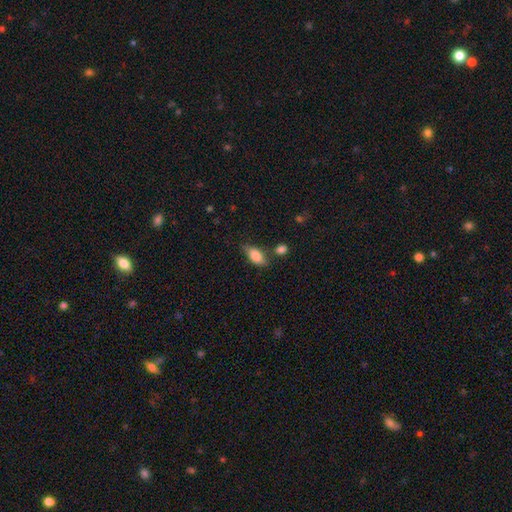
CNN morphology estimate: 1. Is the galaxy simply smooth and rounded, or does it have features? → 82% smooth, 10% featured or disk, 7% star or artifact.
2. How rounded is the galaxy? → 86% in between, 10% cigar-shaped, 4% round.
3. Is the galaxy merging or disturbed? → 61% none, 24% minor disturbance, 9% merger, 7% major disturbance.